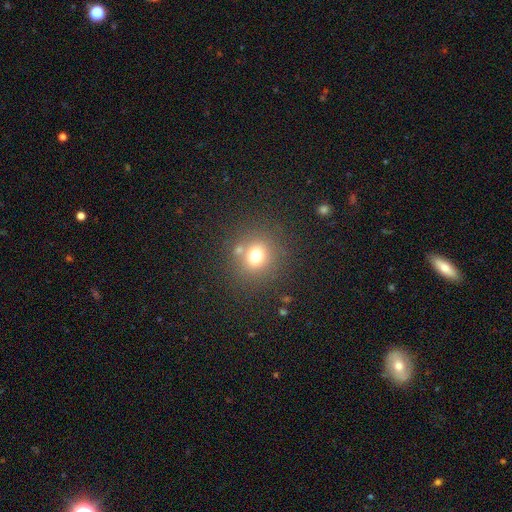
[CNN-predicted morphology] smooth-or-featured: smooth: 71% | star or artifact: 17% | featured or disk: 11%
  how-rounded: round: 82% | in between: 17% | cigar-shaped: 1%
  merging: none: 74% | merger: 11% | minor disturbance: 10% | major disturbance: 5%